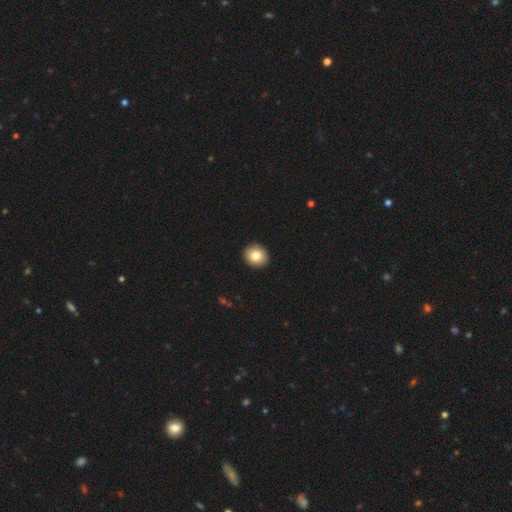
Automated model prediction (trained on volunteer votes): Morphology: type=smooth (81%); roundness=round (84%); merging=none (93%).